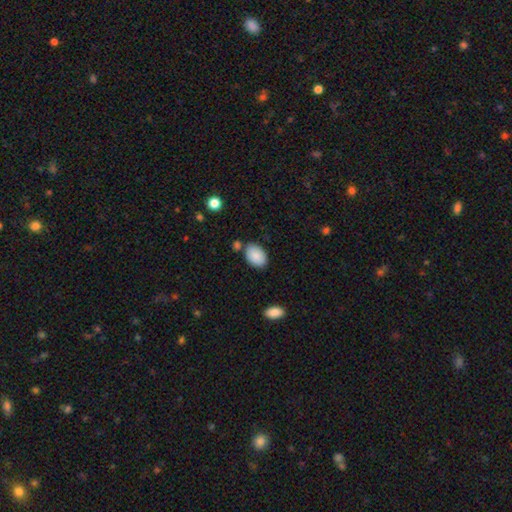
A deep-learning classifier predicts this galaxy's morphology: Overall: smooth (89%). How rounded: in between (90%). Merging: none (76%).